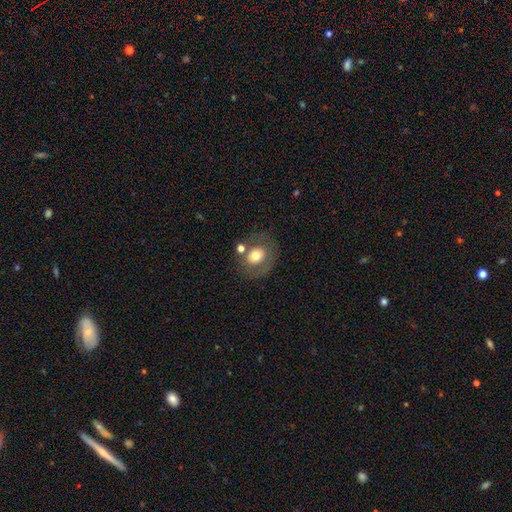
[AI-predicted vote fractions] A smooth galaxy with no disk features (59%) that is round (61%).

Vote fractions:
- Smooth or featured? smooth: 59% / featured or disk: 31% / star or artifact: 10%
- How rounded? round: 61% / in between: 38% / cigar-shaped: 1%
- Merging? none: 66% / minor disturbance: 14% / merger: 13% / major disturbance: 7%